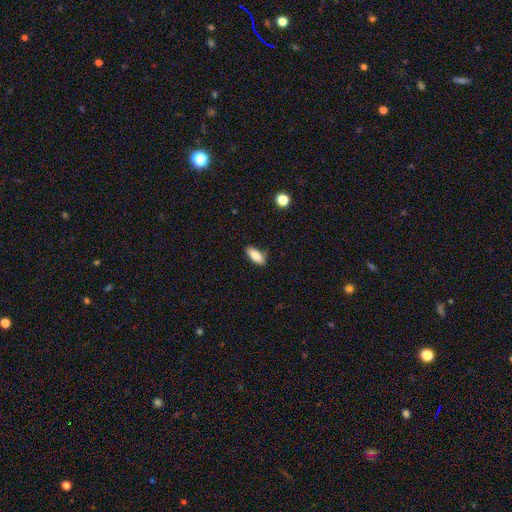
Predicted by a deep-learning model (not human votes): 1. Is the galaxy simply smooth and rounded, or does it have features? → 82% smooth, 11% featured or disk, 7% star or artifact.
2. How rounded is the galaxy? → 83% in between, 15% cigar-shaped, 2% round.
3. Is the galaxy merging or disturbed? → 84% none, 12% minor disturbance, 2% major disturbance, 1% merger.